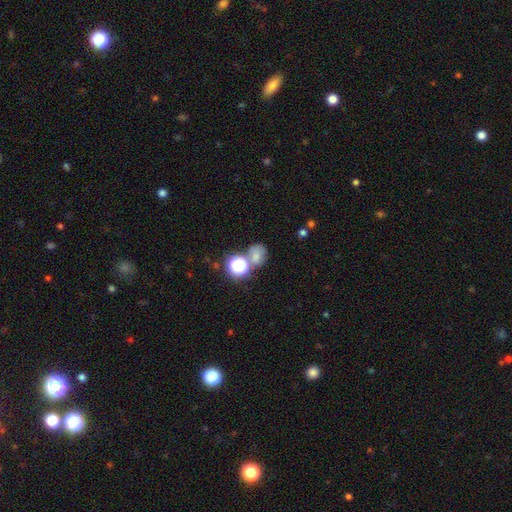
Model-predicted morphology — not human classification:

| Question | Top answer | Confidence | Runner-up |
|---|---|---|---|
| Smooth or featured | smooth | 60% | star or artifact (26%) |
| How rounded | round | 62% | in between (37%) |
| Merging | none | 47% | merger (31%) |